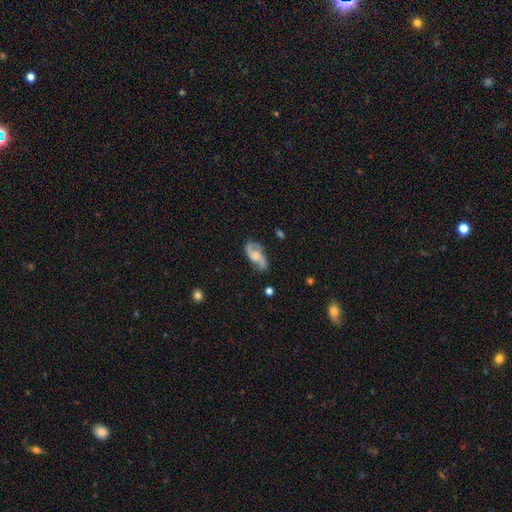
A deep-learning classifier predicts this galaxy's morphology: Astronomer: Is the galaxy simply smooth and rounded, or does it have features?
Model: featured or disk — 77%.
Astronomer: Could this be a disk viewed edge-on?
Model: no — 95%.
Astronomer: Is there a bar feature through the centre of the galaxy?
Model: no — 54% (runner-up: weak, 37%).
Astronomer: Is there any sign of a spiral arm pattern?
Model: yes — 95%.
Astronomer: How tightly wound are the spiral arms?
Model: loose — 49% (runner-up: medium, 39%).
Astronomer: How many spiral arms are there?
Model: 2 — 89%.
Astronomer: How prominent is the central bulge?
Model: moderate — 36% (runner-up: small, 26%).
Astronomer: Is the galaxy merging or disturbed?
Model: none — 71%.